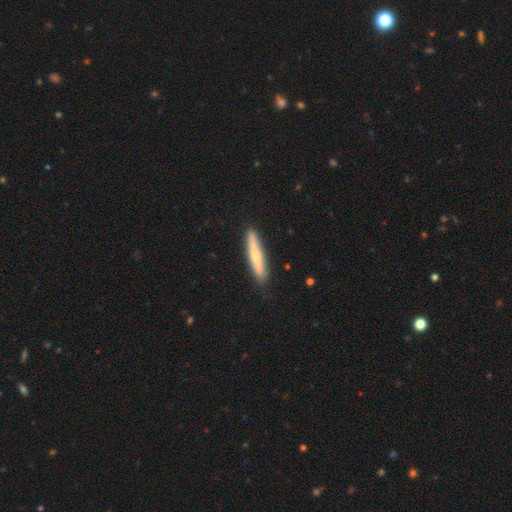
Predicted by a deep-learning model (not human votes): A smooth galaxy with no disk features (56%) that is cigar-shaped (92%).

Vote fractions:
- Smooth or featured? smooth: 56% / featured or disk: 39% / star or artifact: 5%
- How rounded? cigar-shaped: 92% / in between: 7% / round: 1%
- Merging? none: 89% / minor disturbance: 8% / major disturbance: 1% / merger: 1%